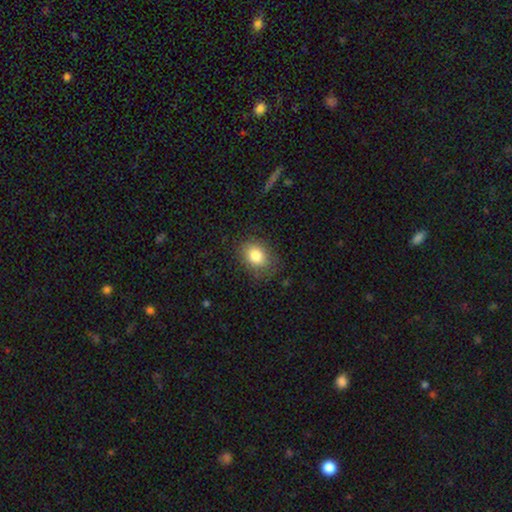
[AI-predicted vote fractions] Overall: smooth (82%). How rounded: in between (61%; round 38%). Merging: none (77%).